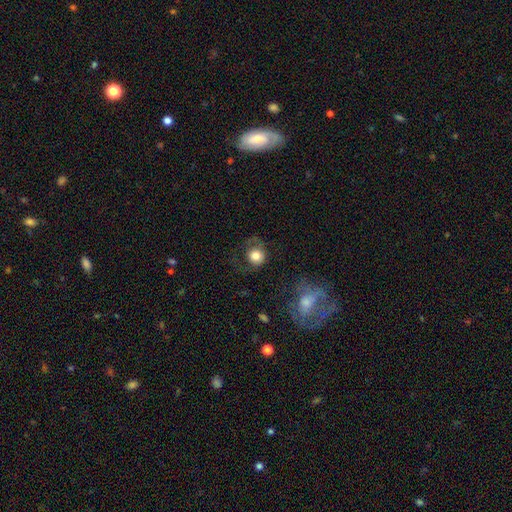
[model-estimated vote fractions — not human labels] Smooth or featured? Predicted: smooth (p=0.76). How rounded? Predicted: round (p=0.86). Merging? Predicted: none (p=0.54).